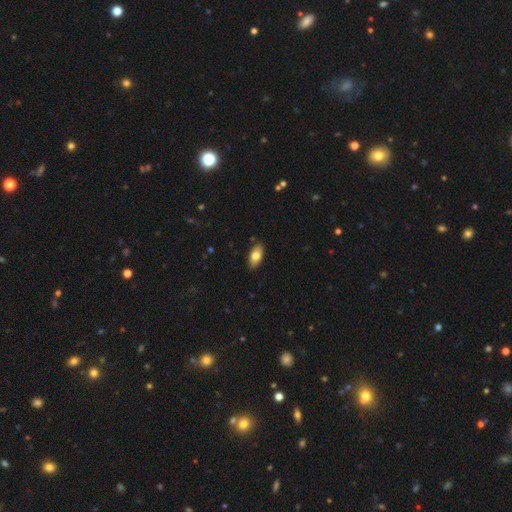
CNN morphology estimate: type=smooth (78%); roundness=in between (92%); merging=none (87%).